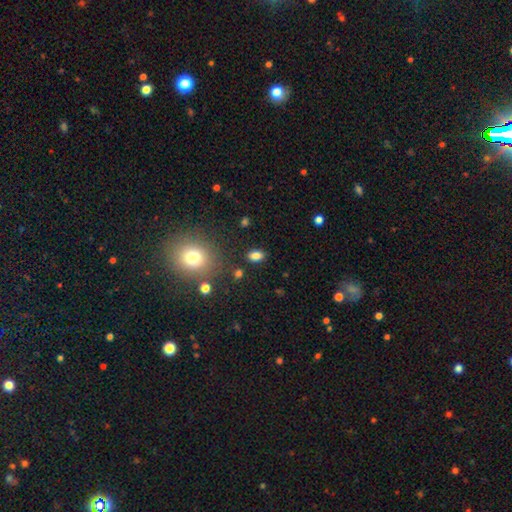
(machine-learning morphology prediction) Smooth or featured? smooth (83%)
How rounded? in between (82%)
Merging? none (85%)